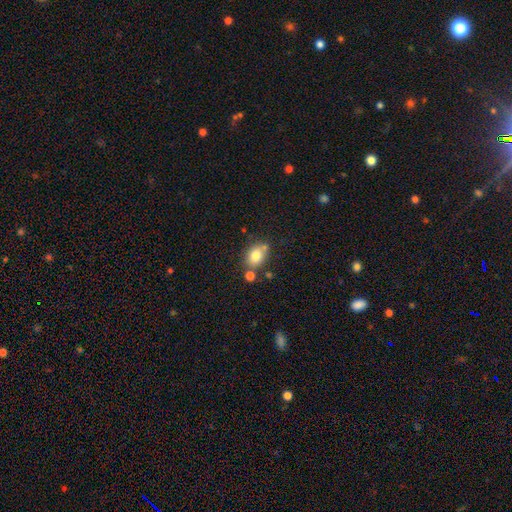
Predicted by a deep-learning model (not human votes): This is likely a smooth galaxy (78%). How rounded: likely in between (64%). Merging: likely none (63%).